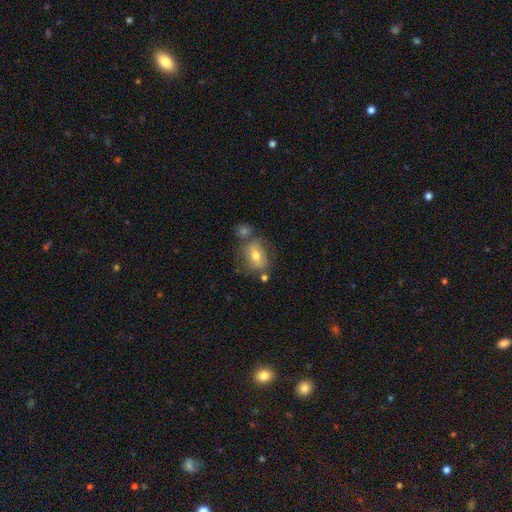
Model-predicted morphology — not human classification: A smooth galaxy with no disk features (54%) that is in between round and cigar-shaped (69%). Merging: none (55%).